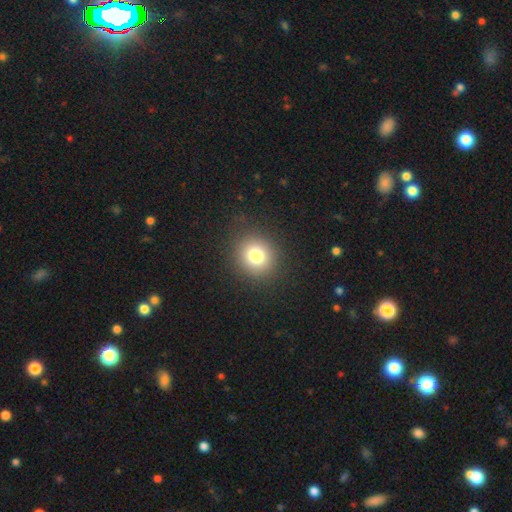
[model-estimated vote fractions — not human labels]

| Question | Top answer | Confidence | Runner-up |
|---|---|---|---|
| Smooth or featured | smooth | 78% | star or artifact (13%) |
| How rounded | round | 87% | in between (12%) |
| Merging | none | 89% | minor disturbance (7%) |